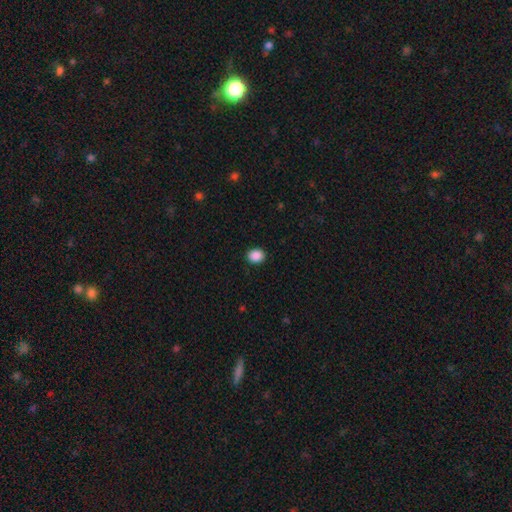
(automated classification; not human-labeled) Smooth or featured?
  - smooth: 89% *
  - star or artifact: 8%
  - featured or disk: 2%
How rounded?
  - round: 60% *
  - in between: 39%
  - cigar-shaped: 1%
Merging?
  - none: 91% *
  - minor disturbance: 6%
  - major disturbance: 2%
  - merger: 1%